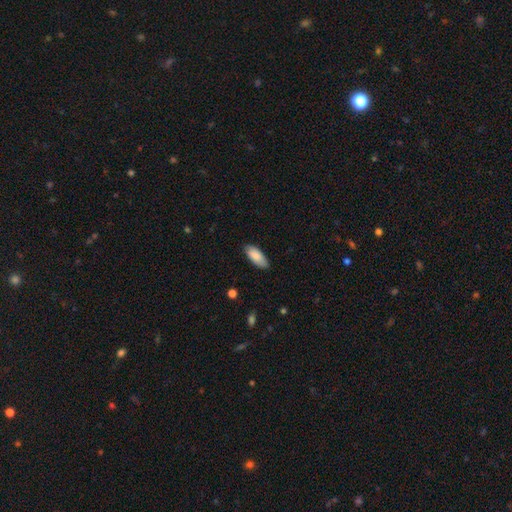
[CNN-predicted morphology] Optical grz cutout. It shows a smooth galaxy with no disk features (86%) that is in between round and cigar-shaped (85%). Merging: none (83%).